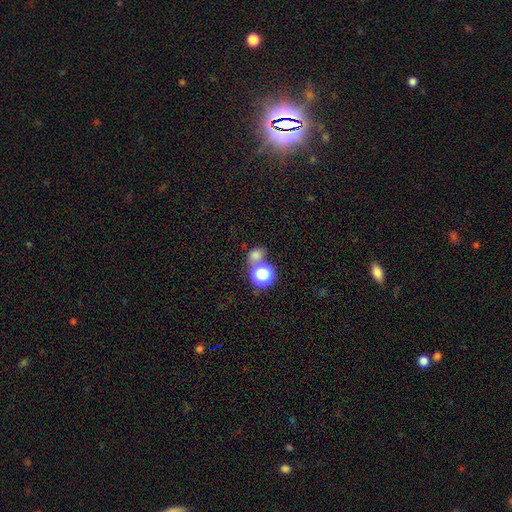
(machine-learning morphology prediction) This appears to be a smooth galaxy with no disk features (72%) that is round (65%). Merging: none (56%).